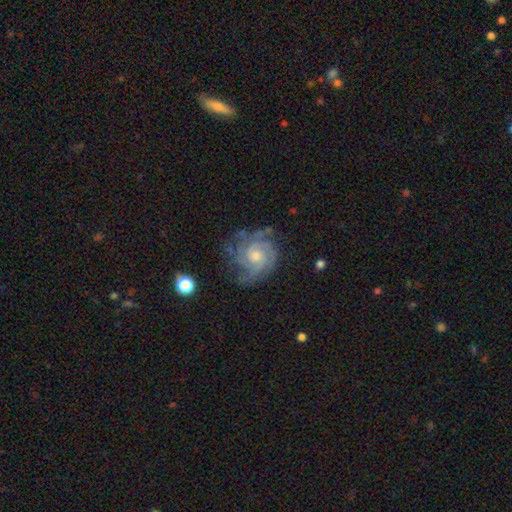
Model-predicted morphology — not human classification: Overall: featured or disk (88%). Edge-on disk: no (98%). Bar: no (71%). Spiral arms: yes (98%). Spiral arm count: 3 (35%; 2 20%). Spiral winding: tight (67%; medium 28%). Bulge size: moderate (49%; small 45%). Merging: none (71%).